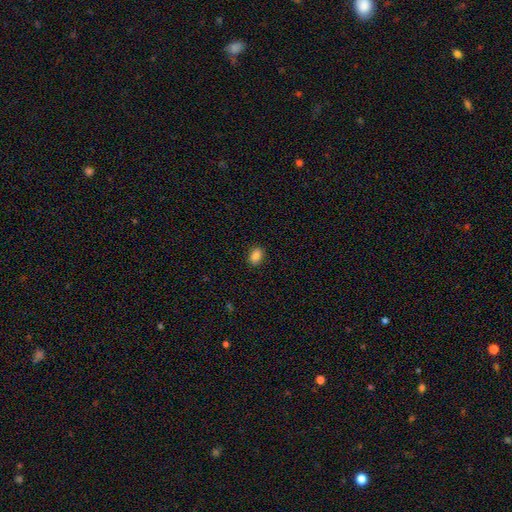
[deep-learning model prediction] Smooth or featured?
  - smooth: 85% *
  - star or artifact: 10%
  - featured or disk: 6%
How rounded?
  - in between: 74% *
  - round: 25%
  - cigar-shaped: 1%
Merging?
  - none: 89% *
  - minor disturbance: 8%
  - major disturbance: 2%
  - merger: 1%